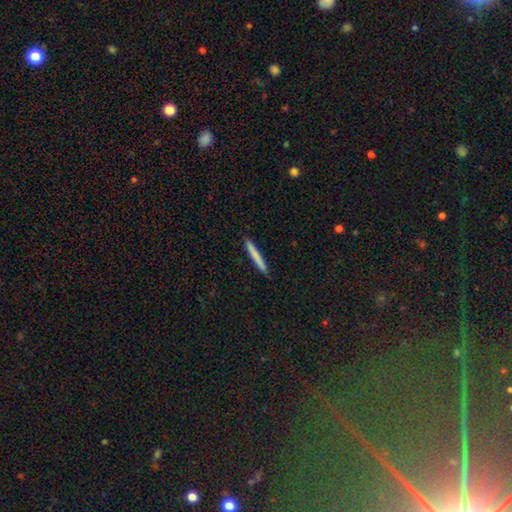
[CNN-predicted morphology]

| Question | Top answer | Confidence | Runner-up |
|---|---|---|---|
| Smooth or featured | smooth | 77% | featured or disk (17%) |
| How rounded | cigar-shaped | 97% | in between (2%) |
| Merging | none | 92% | minor disturbance (6%) |